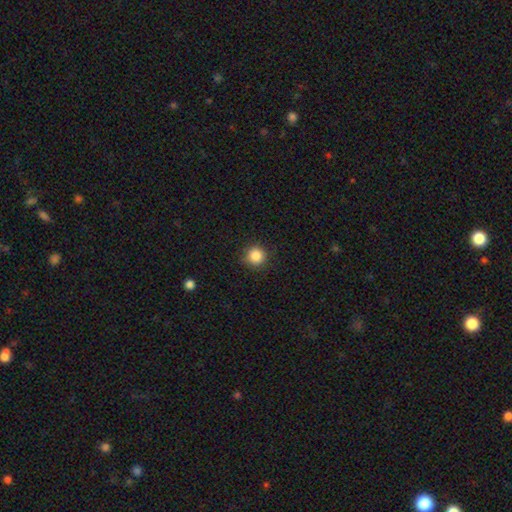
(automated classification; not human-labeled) Smooth or featured: smooth — 86% (star or artifact — 10%)
How rounded: round — 93% (in between — 6%)
Merging: none — 87% (minor disturbance — 9%)